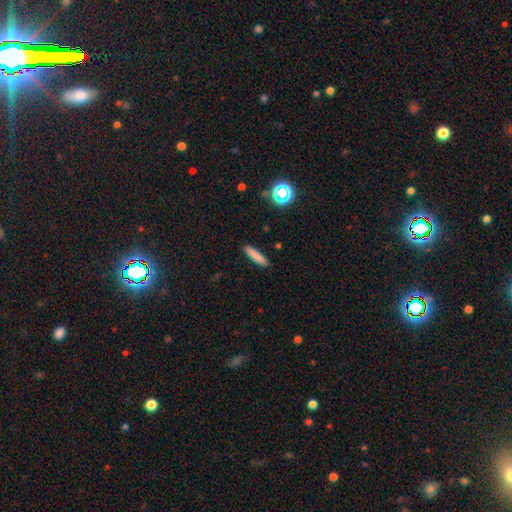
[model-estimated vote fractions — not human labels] Q: Smooth or featured?
A: smooth (82%); runner-up: star or artifact (9%)
Q: How rounded?
A: cigar-shaped (86%); runner-up: in between (12%)
Q: Merging?
A: none (90%); runner-up: minor disturbance (7%)